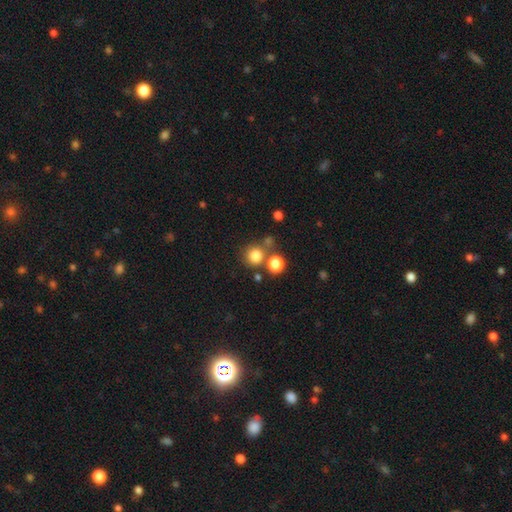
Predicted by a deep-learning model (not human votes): Smooth or featured? Predicted: smooth (p=0.79). How rounded? Predicted: round (p=0.91). Merging? Predicted: none (p=0.69).